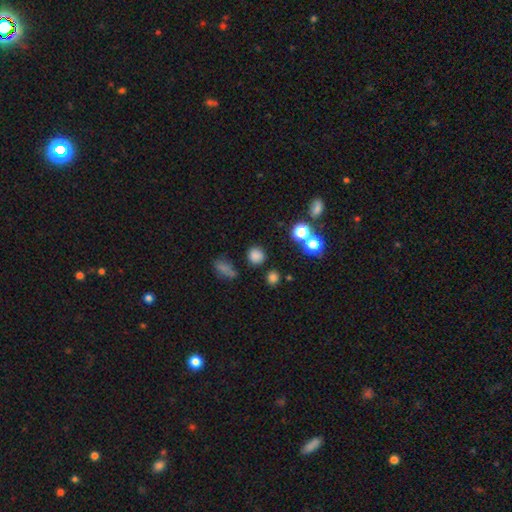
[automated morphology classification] smooth 78%, star or artifact 17%, featured or disk 5%. Down the decision tree: how rounded — round (85%); merging — none (81%).